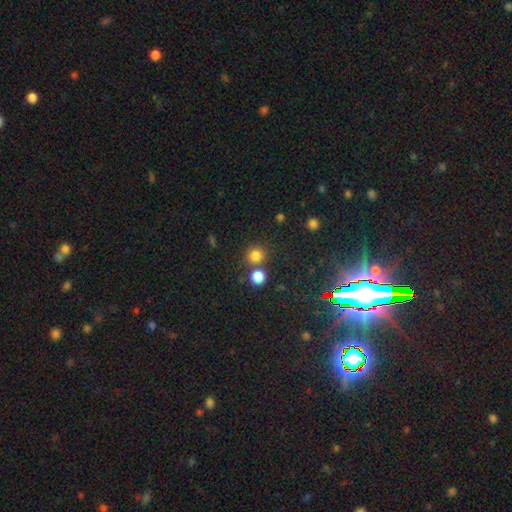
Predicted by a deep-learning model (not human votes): Q: Smooth or featured?
A: smooth (80%); runner-up: star or artifact (15%)
Q: How rounded?
A: round (89%); runner-up: in between (10%)
Q: Merging?
A: none (68%); runner-up: merger (21%)